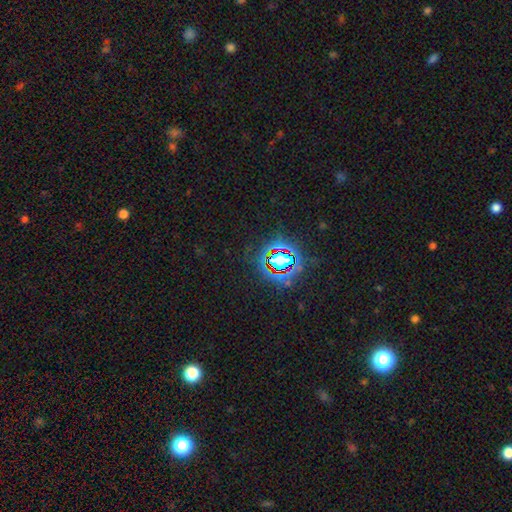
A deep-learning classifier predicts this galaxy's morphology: This is clearly a star or artifact rather than a galaxy (80%).